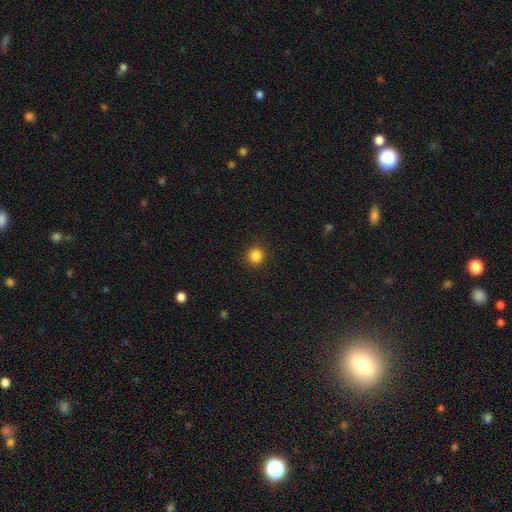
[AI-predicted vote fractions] This appears to be a smooth galaxy with no disk features (85%) that is round (92%). Merging: none (92%).